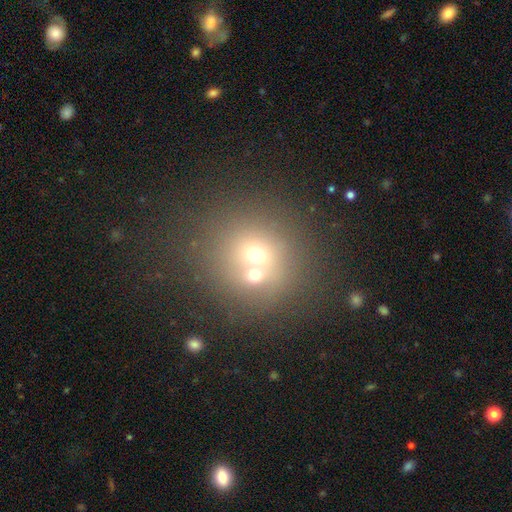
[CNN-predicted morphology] smooth_or_featured: smooth (p=0.56) [alt: star or artifact p=0.24]
how_rounded: round (p=0.88) [alt: in between p=0.11]
merging: none (p=0.49) [alt: merger p=0.40]